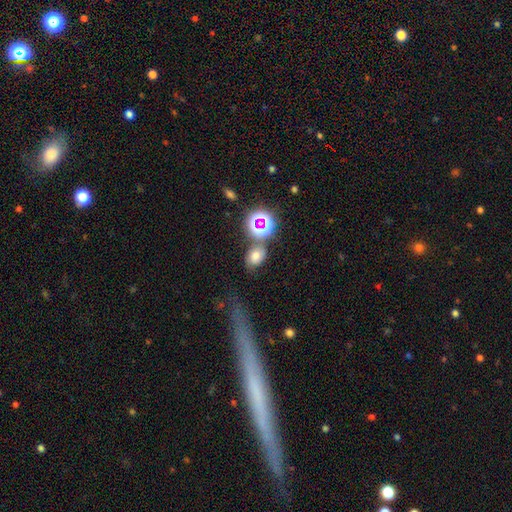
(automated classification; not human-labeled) smooth_or_featured: smooth (p=0.63) [alt: star or artifact p=0.21]
how_rounded: in between (p=0.63) [alt: round p=0.36]
merging: none (p=0.54) [alt: minor disturbance p=0.19]